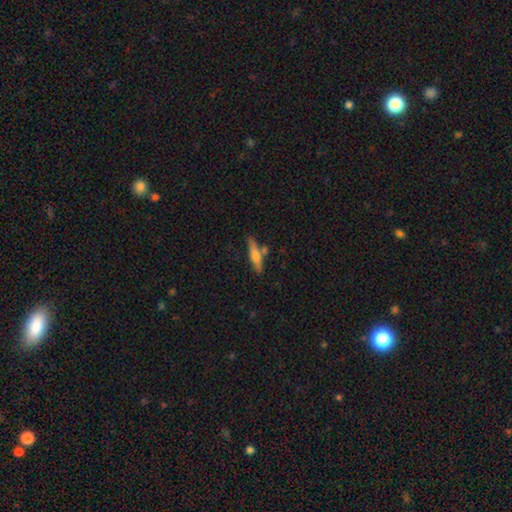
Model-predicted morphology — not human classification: This appears to be a smooth galaxy with no disk features (56%) that is cigar-shaped (82%). Merging: none (70%).